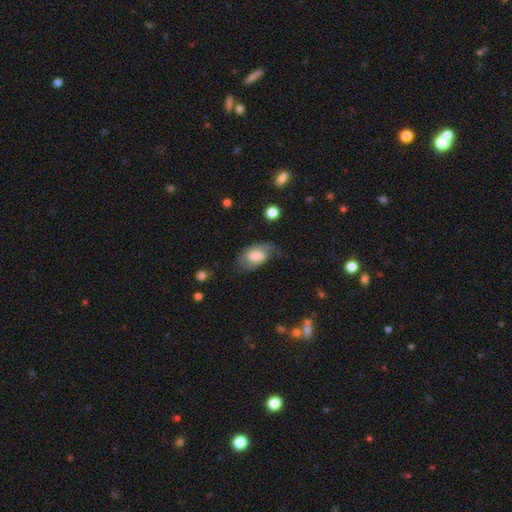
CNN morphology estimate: The model was most divided on "merging": none: 47%, minor disturbance: 31%, major disturbance: 20%, merger: 2%. More confident: how rounded — in between (89%); smooth or featured — smooth (62%).